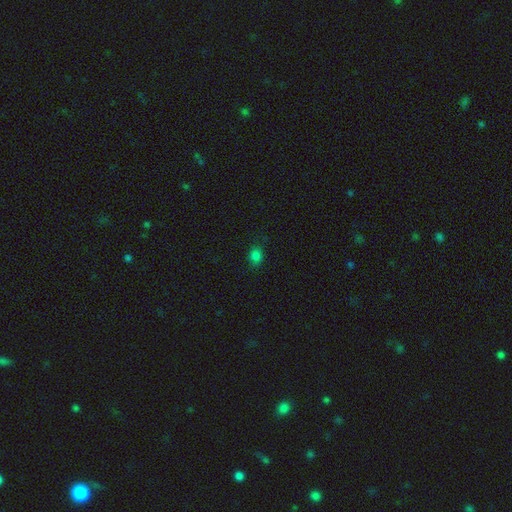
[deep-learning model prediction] smooth 80%, star or artifact 16%, featured or disk 4%. Down the decision tree: how rounded — round (54%); merging — none (83%).